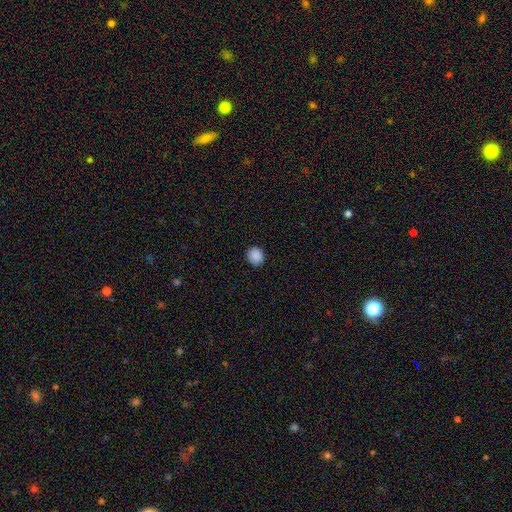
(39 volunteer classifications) Volunteers were most divided on "how rounded": round: 73%, in between: 27%, cigar-shaped: 0%. More confident: smooth or featured — smooth (85%); merging — none (77%).